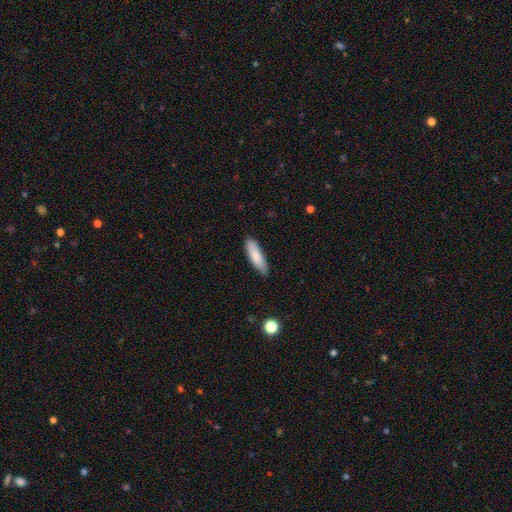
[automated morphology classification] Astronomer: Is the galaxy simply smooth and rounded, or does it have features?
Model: smooth — 81%.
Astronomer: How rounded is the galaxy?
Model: cigar-shaped — 58% (runner-up: in between, 40%).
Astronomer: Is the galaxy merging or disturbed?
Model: none — 78%.